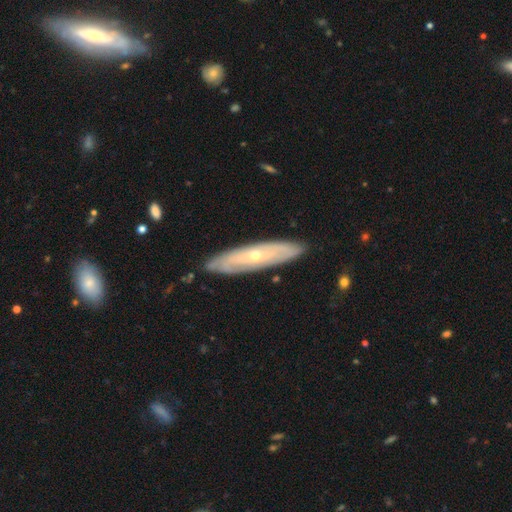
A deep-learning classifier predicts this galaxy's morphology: Smooth or featured: featured or disk — 71% (smooth — 23%)
Edge-on disk: no — 59% (yes — 41%)
Merging: none — 84% (minor disturbance — 12%)